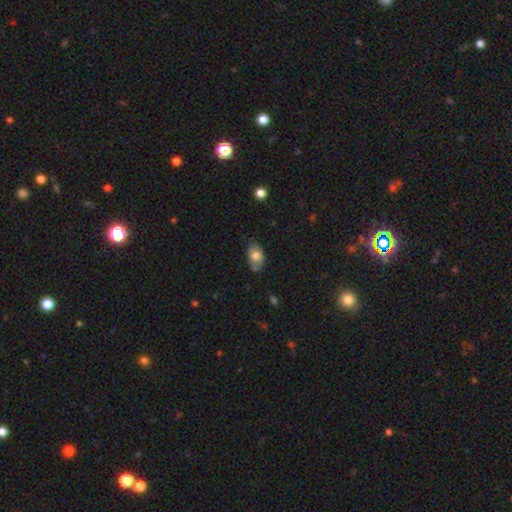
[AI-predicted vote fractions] Smooth or featured: smooth — 74% (featured or disk — 18%)
How rounded: in between — 90% (round — 9%)
Merging: none — 65% (minor disturbance — 27%)